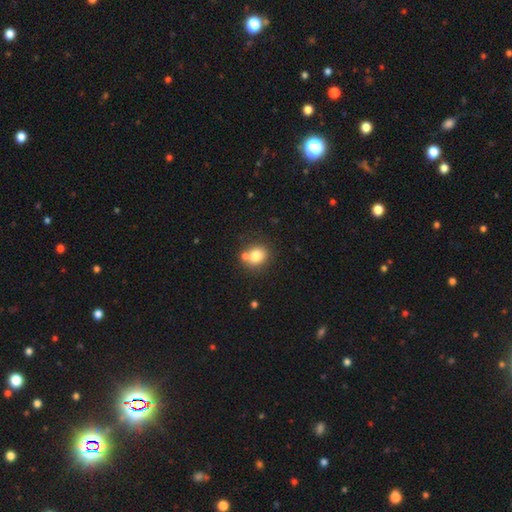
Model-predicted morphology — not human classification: Q: Smooth or featured?
A: smooth (80%); runner-up: star or artifact (11%)
Q: How rounded?
A: round (73%); runner-up: in between (27%)
Q: Merging?
A: none (64%); runner-up: merger (22%)